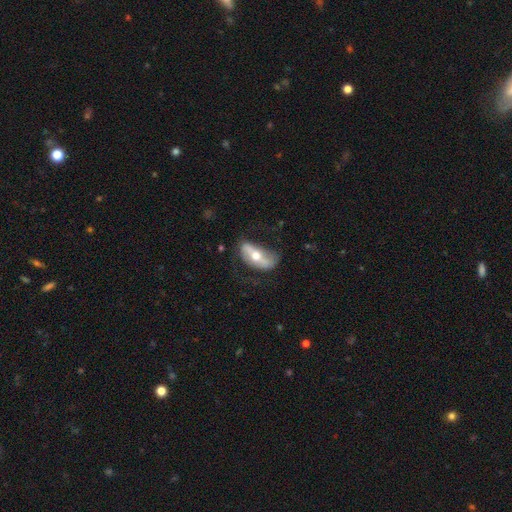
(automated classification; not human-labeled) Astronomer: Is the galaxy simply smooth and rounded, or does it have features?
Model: featured or disk — 56% (runner-up: smooth, 38%).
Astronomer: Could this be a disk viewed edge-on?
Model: no — 75%.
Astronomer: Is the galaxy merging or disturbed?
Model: none — 58%.